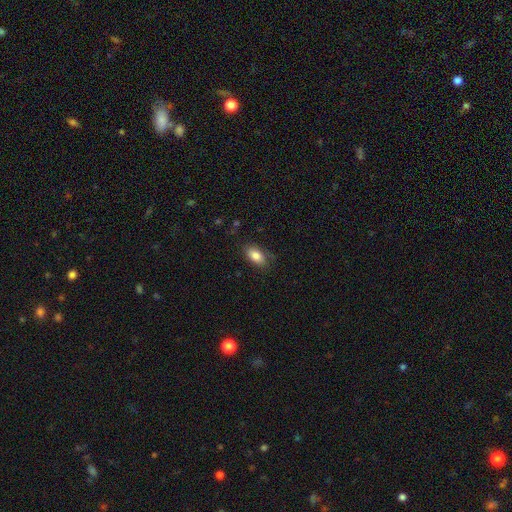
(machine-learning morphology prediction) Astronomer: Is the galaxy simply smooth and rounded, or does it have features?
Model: smooth — 83%.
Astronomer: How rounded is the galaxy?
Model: in between — 91%.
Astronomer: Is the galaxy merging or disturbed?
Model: none — 80%.